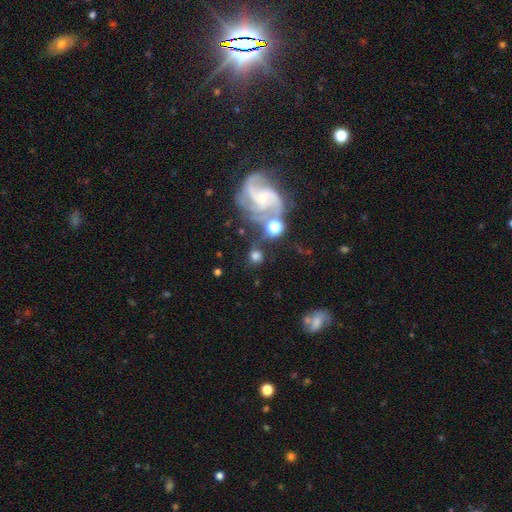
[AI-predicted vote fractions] A smooth galaxy with no disk features (52%) that is round (84%). Merging: none (62%).